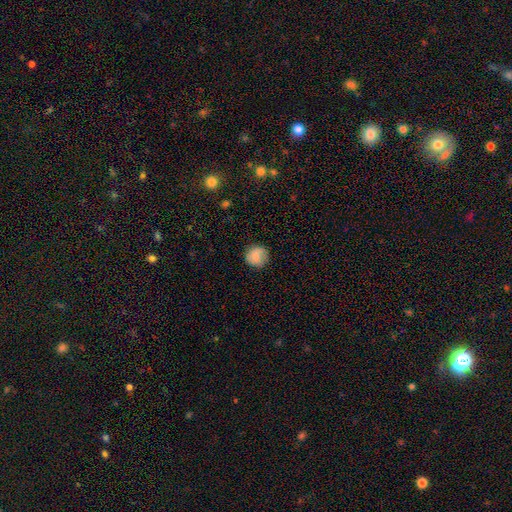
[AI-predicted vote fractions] The model was most divided on "smooth or featured": smooth: 77%, featured or disk: 14%, star or artifact: 8%. More confident: how rounded — round (89%); merging — none (79%).